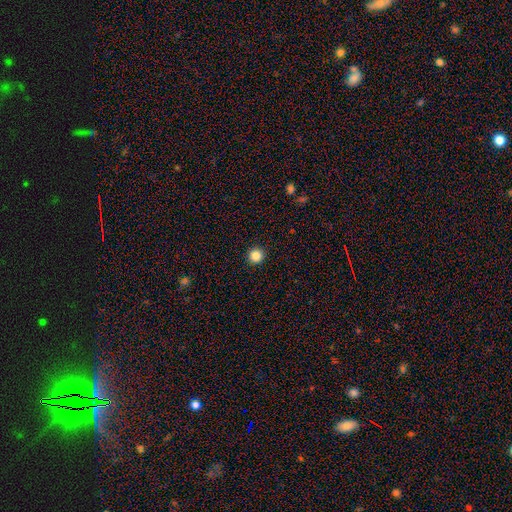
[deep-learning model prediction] Smooth or featured? smooth (85%)
How rounded? round (96%)
Merging? none (94%)